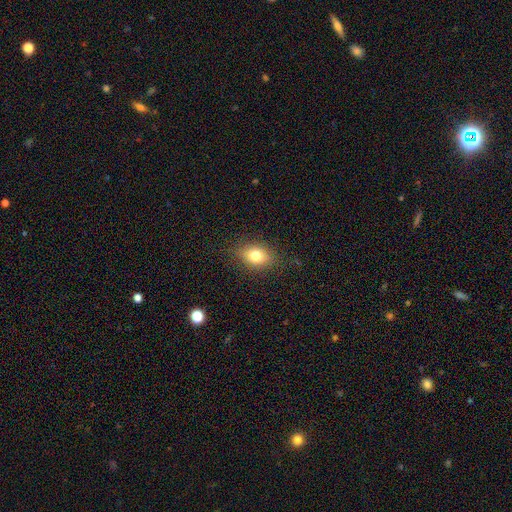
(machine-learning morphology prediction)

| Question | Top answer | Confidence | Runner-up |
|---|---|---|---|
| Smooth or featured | smooth | 77% | featured or disk (12%) |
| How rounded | in between | 69% | round (29%) |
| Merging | none | 84% | minor disturbance (11%) |